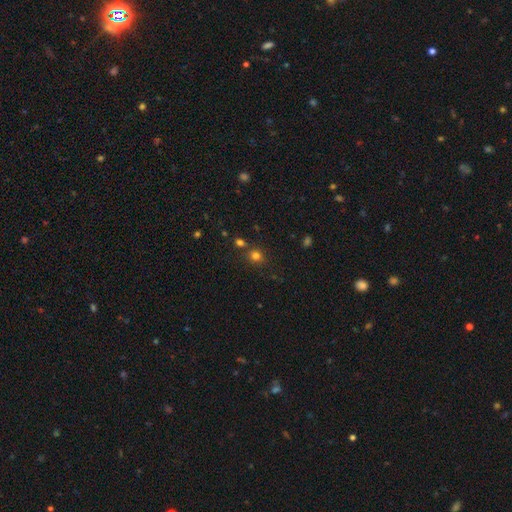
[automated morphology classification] Smooth or featured?
  - smooth: 76% *
  - star or artifact: 18%
  - featured or disk: 6%
How rounded?
  - round: 82% *
  - in between: 17%
  - cigar-shaped: 1%
Merging?
  - none: 75% *
  - merger: 13%
  - minor disturbance: 9%
  - major disturbance: 3%